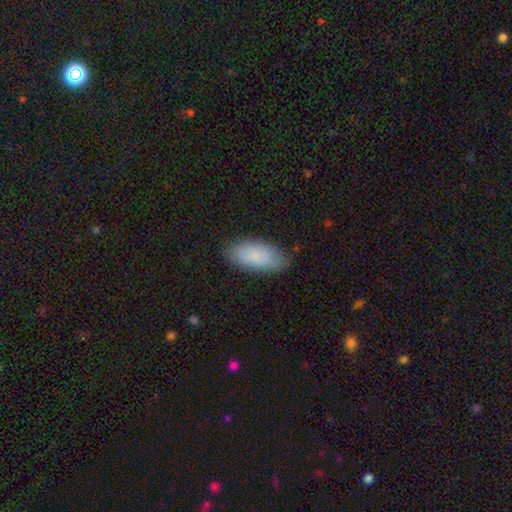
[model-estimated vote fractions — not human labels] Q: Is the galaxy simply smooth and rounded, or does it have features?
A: smooth — 85%.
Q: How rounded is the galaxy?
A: in between — 90%.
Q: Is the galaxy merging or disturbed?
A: none — 80%.